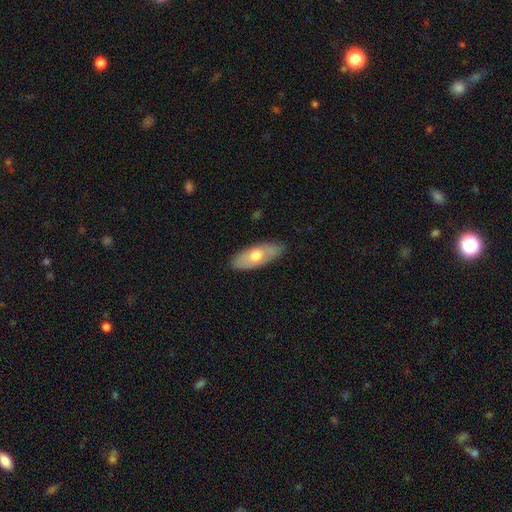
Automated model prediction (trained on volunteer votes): The model was most divided on "smooth or featured": smooth: 58%, featured or disk: 36%, star or artifact: 6%. More confident: merging — none (81%); how rounded — in between (77%).